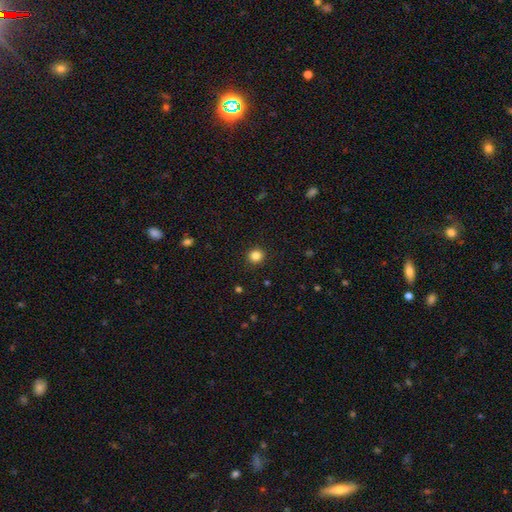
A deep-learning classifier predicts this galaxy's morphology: Smooth or featured? smooth (85%)
How rounded? round (91%)
Merging? none (92%)